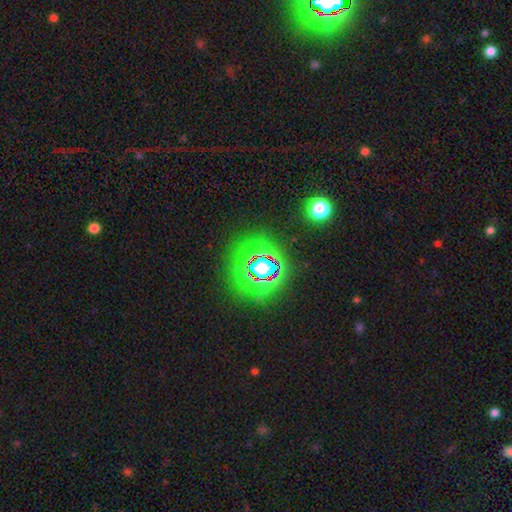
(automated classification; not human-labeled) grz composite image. It shows a star or artifact, not a galaxy (82%).